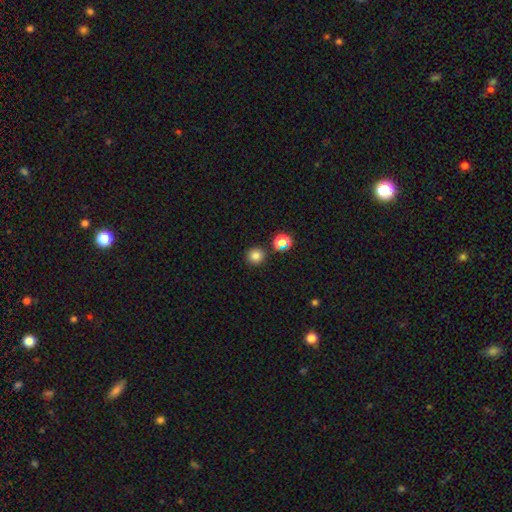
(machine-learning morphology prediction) Smooth or featured: smooth — 82% (star or artifact — 13%)
How rounded: round — 93% (in between — 6%)
Merging: none — 87% (minor disturbance — 6%)